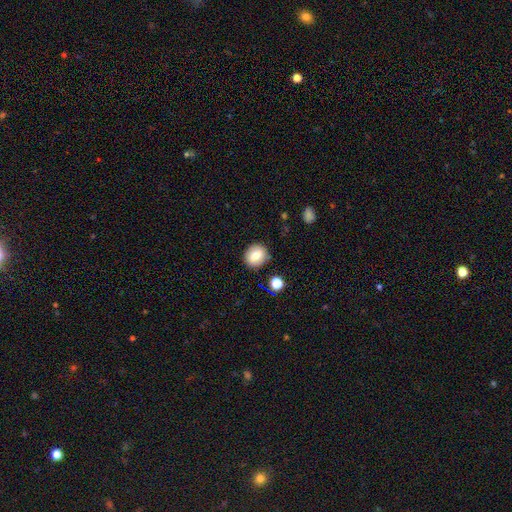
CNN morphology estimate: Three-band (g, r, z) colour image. It shows a smooth galaxy with no disk features (74%) that is round (76%). Merging: none (86%).